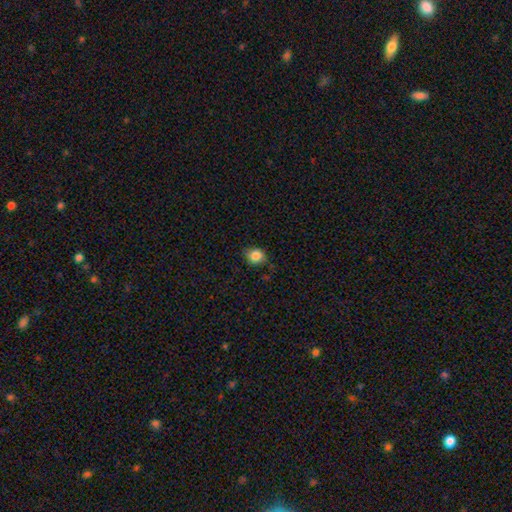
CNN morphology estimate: type=smooth (84%); roundness=round (64%); merging=none (76%).